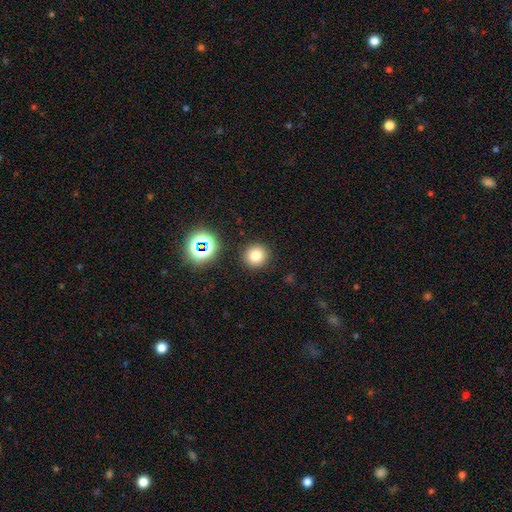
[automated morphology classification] Overall: smooth (76%). How rounded: round (92%). Merging: none (89%).